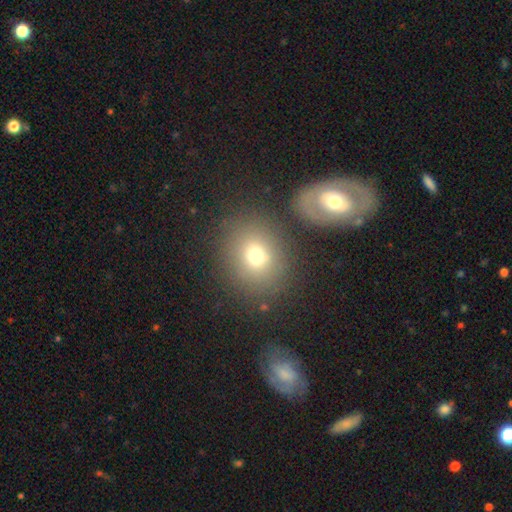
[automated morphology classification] Smooth or featured?
  - smooth: 71% *
  - featured or disk: 16%
  - star or artifact: 13%
How rounded?
  - round: 61% *
  - in between: 37%
  - cigar-shaped: 1%
Merging?
  - none: 72% *
  - minor disturbance: 12%
  - merger: 12%
  - major disturbance: 5%